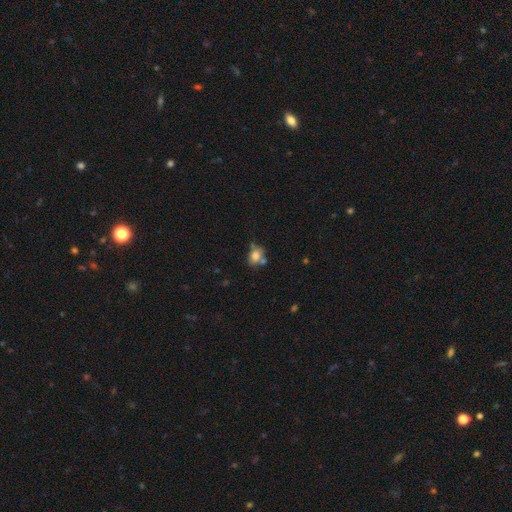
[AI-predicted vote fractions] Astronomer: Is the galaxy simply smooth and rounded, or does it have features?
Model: smooth — 74%.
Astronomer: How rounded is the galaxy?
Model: in between — 60% (runner-up: round, 39%).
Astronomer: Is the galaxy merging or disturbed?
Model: none — 44% (runner-up: merger, 27%).